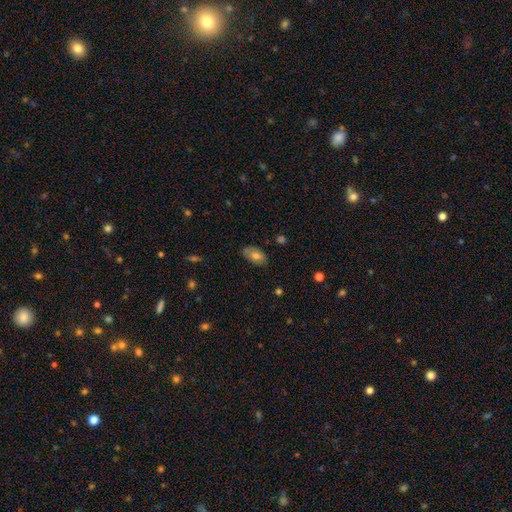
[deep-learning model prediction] smooth_or_featured: smooth (p=0.69) [alt: featured or disk p=0.23]
how_rounded: in between (p=0.92) [alt: round p=0.05]
merging: none (p=0.76) [alt: minor disturbance p=0.19]